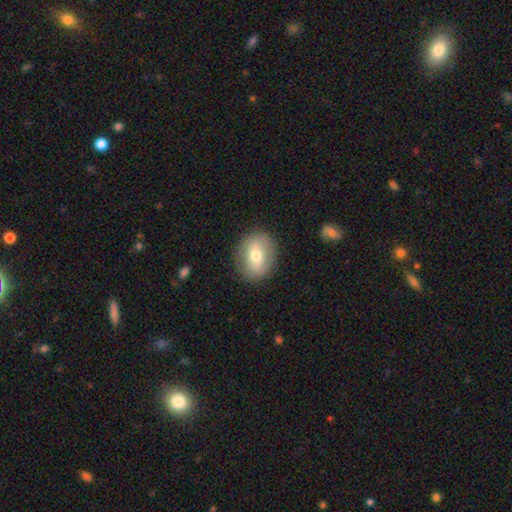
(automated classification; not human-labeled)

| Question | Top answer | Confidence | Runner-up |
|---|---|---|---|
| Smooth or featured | smooth | 60% | featured or disk (32%) |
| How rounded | in between | 58% | round (40%) |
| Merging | none | 86% | minor disturbance (10%) |